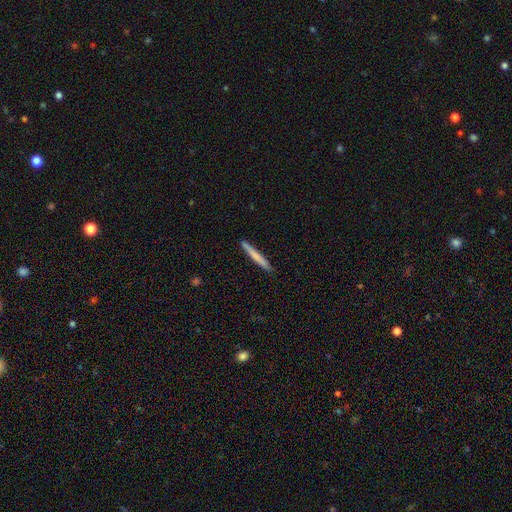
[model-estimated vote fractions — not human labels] A smooth galaxy with no disk features (69%) that is cigar-shaped (97%). Merging: none (92%).